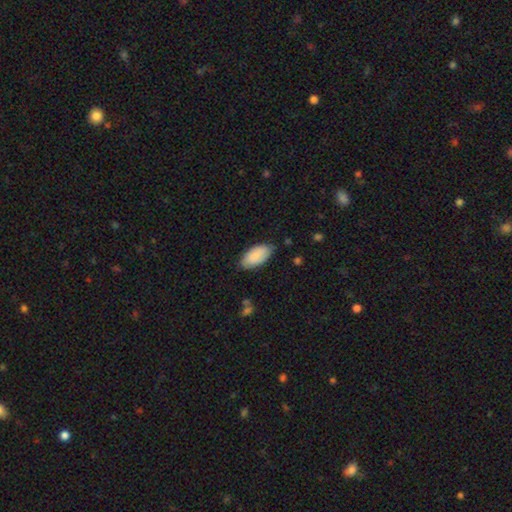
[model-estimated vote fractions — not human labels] Smooth or featured? Predicted: smooth (p=0.86). How rounded? Predicted: in between (p=0.95). Merging? Predicted: none (p=0.77).